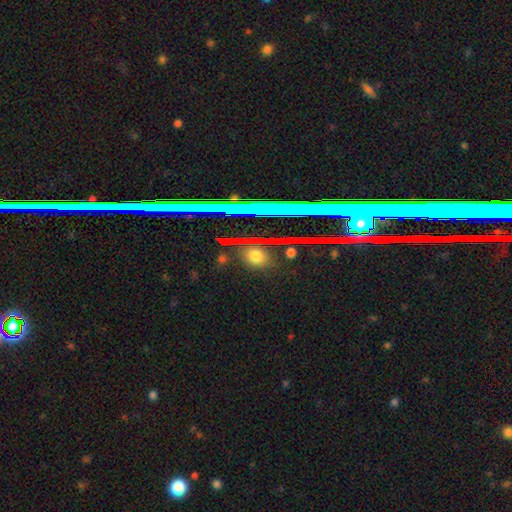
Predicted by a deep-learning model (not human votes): A smooth galaxy with no disk features (55%) that is round (73%).

Vote fractions:
- Smooth or featured? smooth: 55% / star or artifact: 32% / featured or disk: 13%
- How rounded? round: 73% / in between: 23% / cigar-shaped: 4%
- Merging? none: 81% / minor disturbance: 11% / major disturbance: 4% / merger: 3%